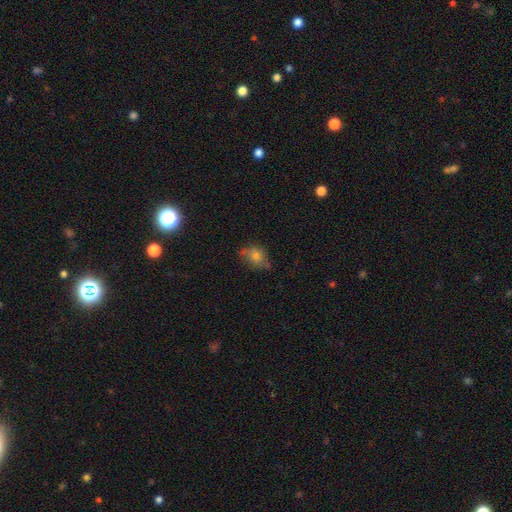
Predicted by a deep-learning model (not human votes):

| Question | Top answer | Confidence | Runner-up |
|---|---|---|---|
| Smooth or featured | smooth | 61% | featured or disk (22%) |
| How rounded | in between | 60% | round (39%) |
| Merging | none | 58% | minor disturbance (28%) |